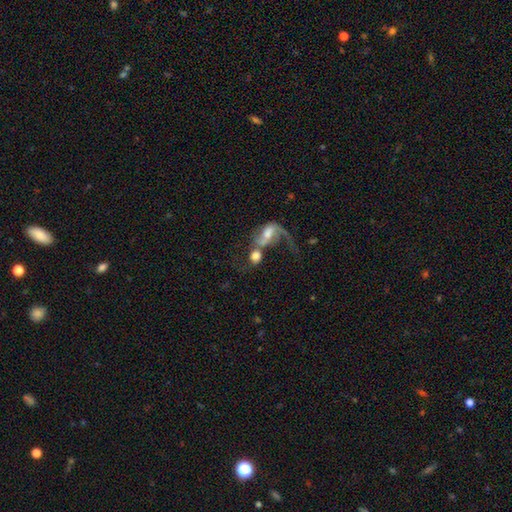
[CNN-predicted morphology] A smooth galaxy with no disk features (52%) that is round (52%). Merging: merger (67%).